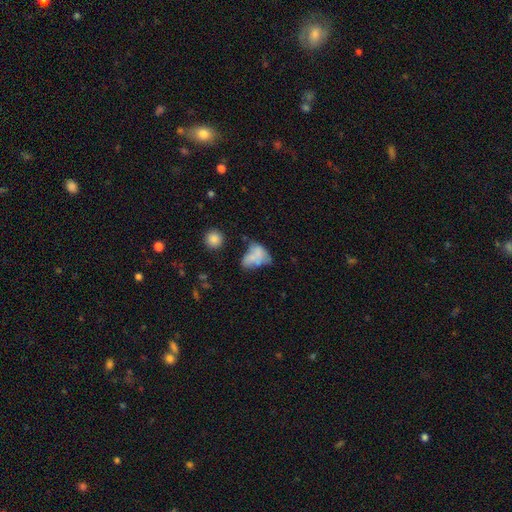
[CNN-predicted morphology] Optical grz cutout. It shows a smooth galaxy with no disk features (57%) that is in between round and cigar-shaped (81%). Merging: major disturbance (28%).